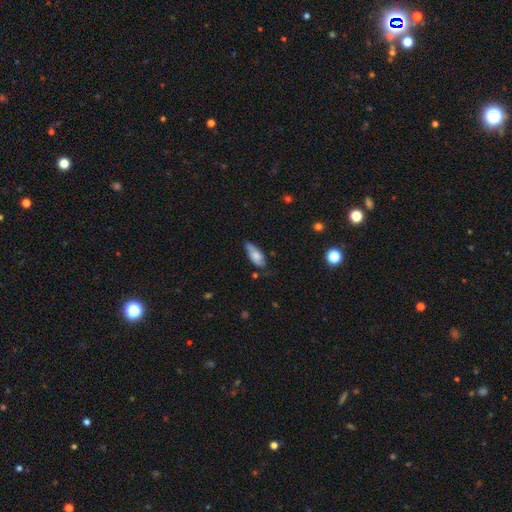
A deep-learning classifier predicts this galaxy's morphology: Overall: smooth (71%). How rounded: in between (81%). Merging: none (54%; minor disturbance 35%).